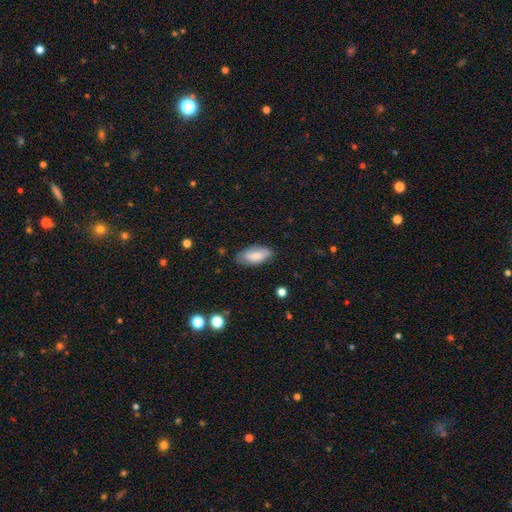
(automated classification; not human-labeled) Q: Smooth or featured?
A: smooth (78%); runner-up: featured or disk (16%)
Q: How rounded?
A: in between (90%); runner-up: cigar-shaped (8%)
Q: Merging?
A: none (74%); runner-up: minor disturbance (21%)